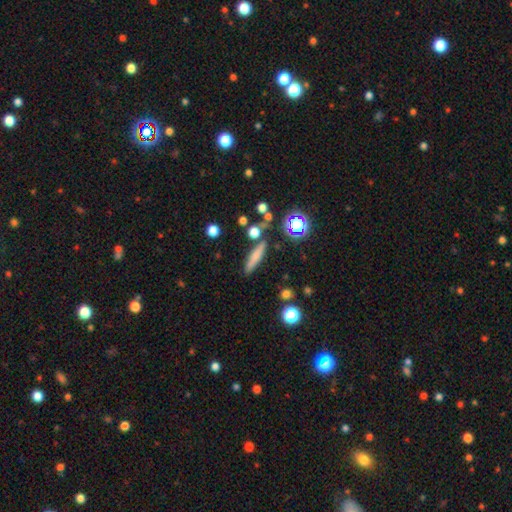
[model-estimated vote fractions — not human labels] A smooth galaxy with no disk features (67%) that is cigar-shaped (82%).

Vote fractions:
- Smooth or featured? smooth: 67% / featured or disk: 21% / star or artifact: 12%
- How rounded? cigar-shaped: 82% / in between: 13% / round: 5%
- Merging? none: 80% / minor disturbance: 11% / merger: 6% / major disturbance: 3%